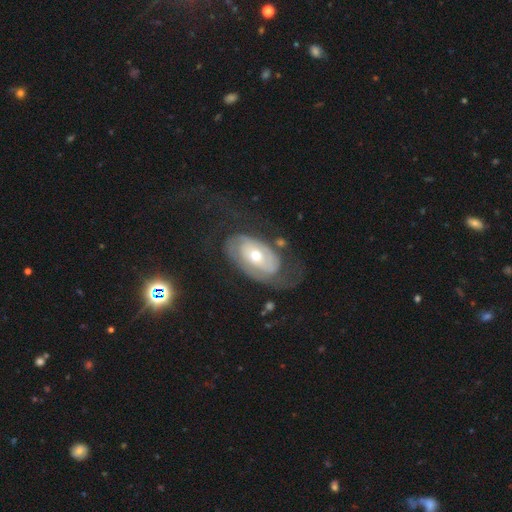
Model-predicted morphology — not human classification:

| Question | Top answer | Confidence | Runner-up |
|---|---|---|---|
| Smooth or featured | featured or disk | 75% | smooth (19%) |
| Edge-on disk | no | 94% | yes (6%) |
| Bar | no | 70% | weak (22%) |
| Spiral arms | yes | 76% | no (24%) |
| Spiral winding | tight | 53% | medium (28%) |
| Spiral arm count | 2 | 46% | can't tell (32%) |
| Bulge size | moderate | 57% | small (37%) |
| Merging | none | 48% | major disturbance (30%) |